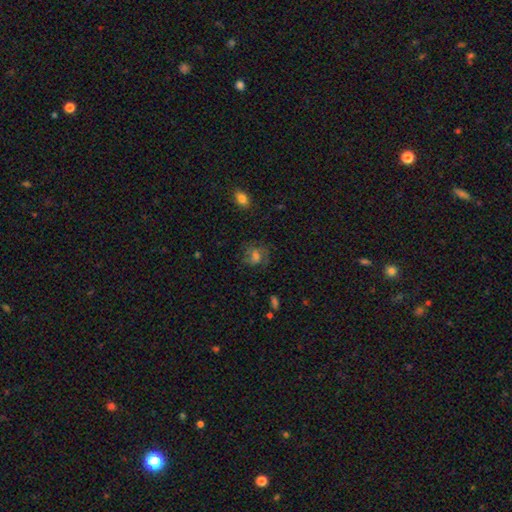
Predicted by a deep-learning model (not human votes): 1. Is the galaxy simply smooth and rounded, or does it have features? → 48% smooth, 38% featured or disk, 14% star or artifact.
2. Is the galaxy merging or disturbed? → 64% none, 20% minor disturbance, 15% major disturbance, 2% merger.